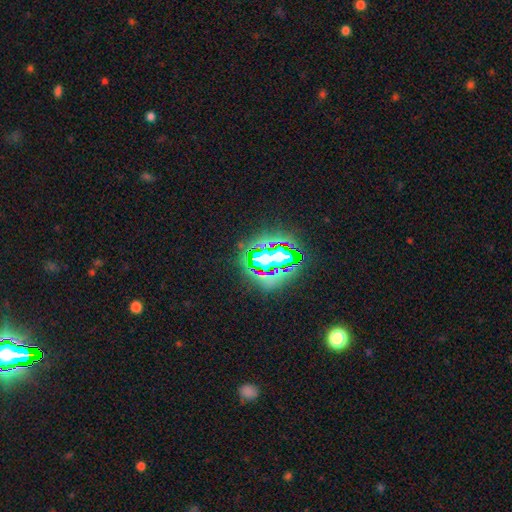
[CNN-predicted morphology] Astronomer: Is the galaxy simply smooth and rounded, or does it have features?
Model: star or artifact — 81%.